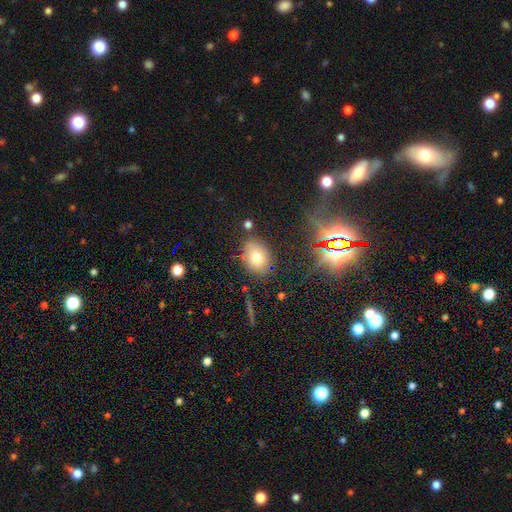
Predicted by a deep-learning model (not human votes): This is likely a smooth galaxy (67%). How rounded: likely in between (64%). Merging: likely none (79%).